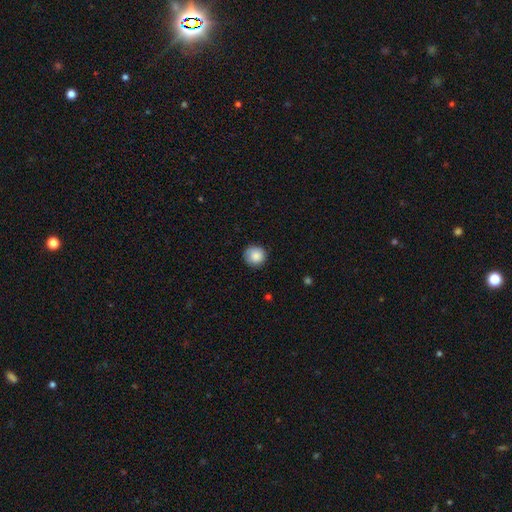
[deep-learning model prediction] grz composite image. It shows a smooth galaxy with no disk features (87%) that is round (93%). Merging: none (85%).